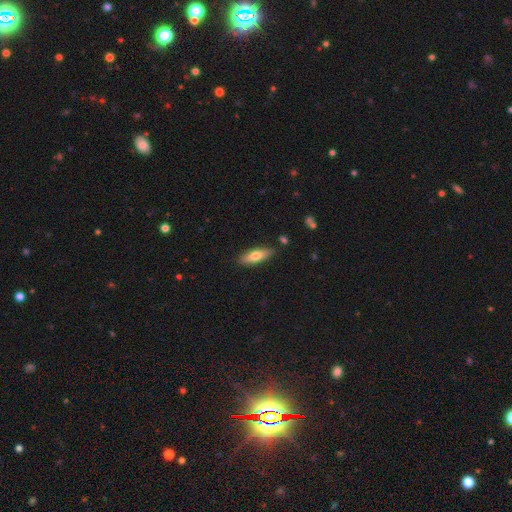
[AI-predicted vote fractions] Smooth or featured: smooth — 68% (featured or disk — 26%)
How rounded: in between — 49% (tied with cigar-shaped — 49%)
Merging: none — 84% (minor disturbance — 11%)